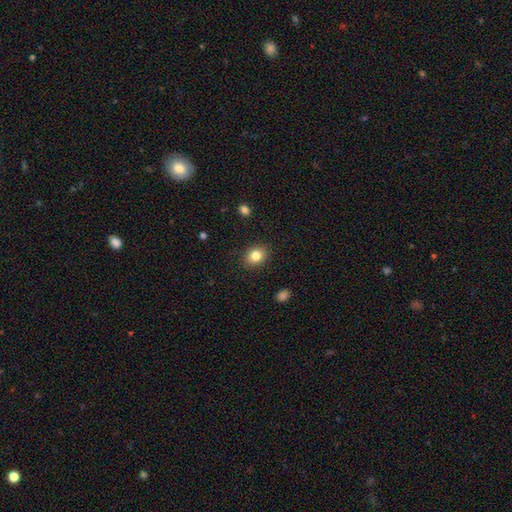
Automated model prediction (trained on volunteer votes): smooth 83%, star or artifact 9%, featured or disk 8%. Down the decision tree: how rounded — in between (60%); merging — none (88%).